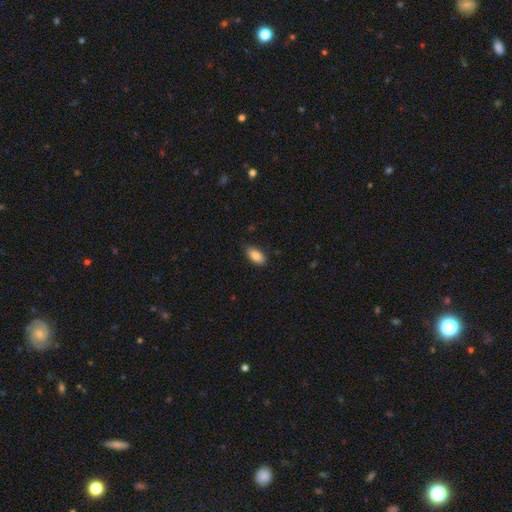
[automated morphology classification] Smooth or featured?
  - smooth: 85% *
  - featured or disk: 8%
  - star or artifact: 7%
How rounded?
  - in between: 91% *
  - cigar-shaped: 6%
  - round: 3%
Merging?
  - none: 80% *
  - minor disturbance: 17%
  - major disturbance: 2%
  - merger: 1%